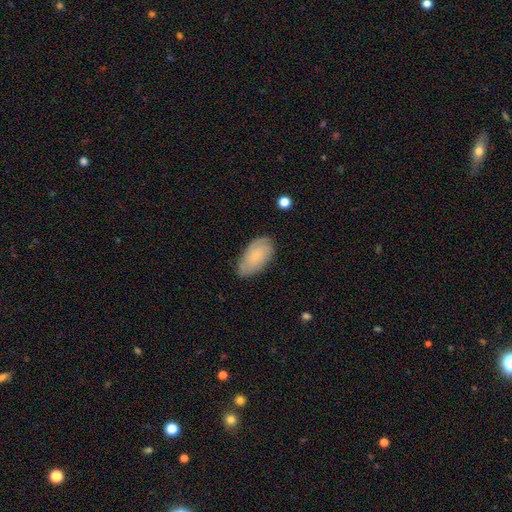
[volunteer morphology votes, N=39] This is possibly a featured or disk galaxy (54%). It is clearly not viewed edge-on (90%). Bar: likely no (74%). Spiral arm pattern: clearly yes (89%). Spiral arm count: likely can't tell (65%). Spiral winding: likely tight (65%). Central bulge: clearly small (84%). Merging: likely none (61%).